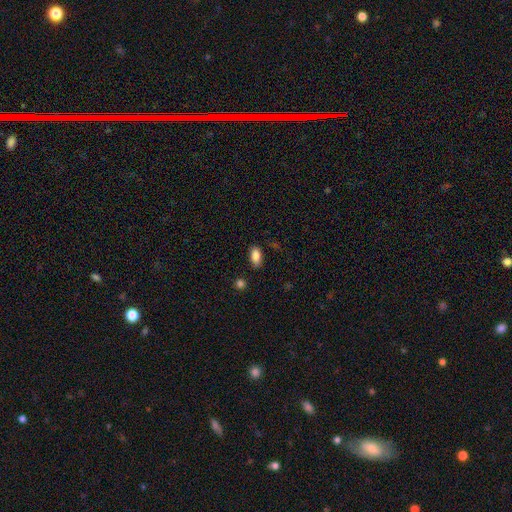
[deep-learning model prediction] smooth 86%, star or artifact 8%, featured or disk 6%. Down the decision tree: how rounded — in between (90%); merging — none (83%).